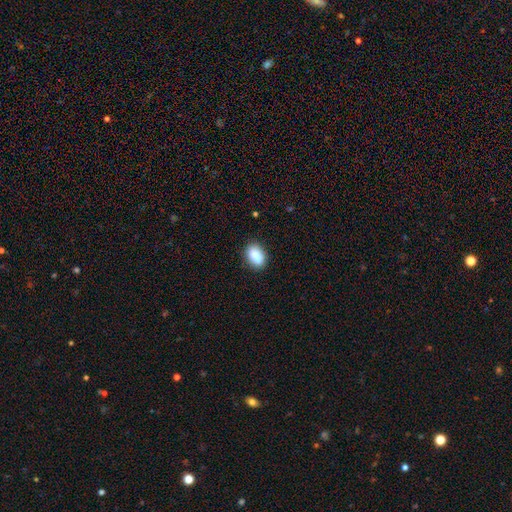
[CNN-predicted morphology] smooth 89%, star or artifact 7%, featured or disk 4%. Down the decision tree: how rounded — in between (87%); merging — none (86%).